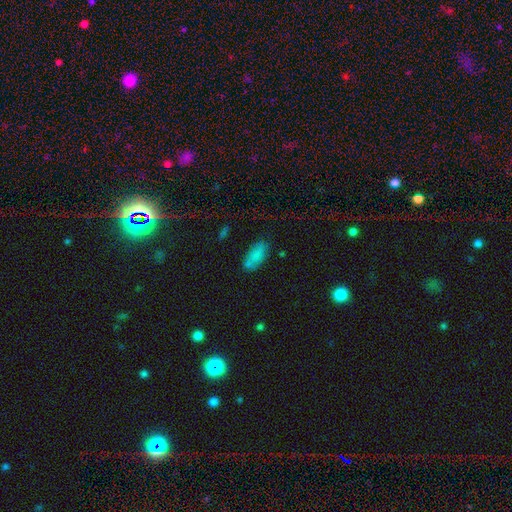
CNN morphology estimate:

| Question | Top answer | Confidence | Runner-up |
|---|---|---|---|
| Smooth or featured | smooth | 81% | featured or disk (10%) |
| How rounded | in between | 88% | cigar-shaped (9%) |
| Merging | none | 66% | minor disturbance (19%) |